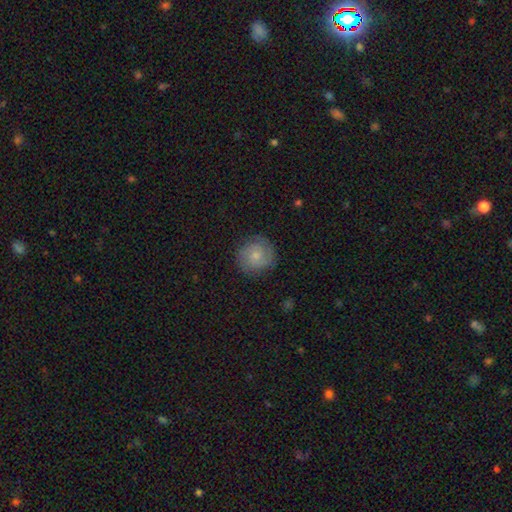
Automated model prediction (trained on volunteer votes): Morphology: type=smooth (53%); roundness=round (90%); merging=none (82%).